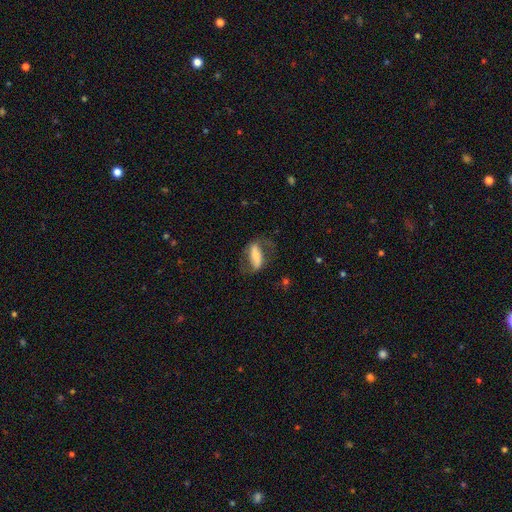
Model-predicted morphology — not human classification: Smooth or featured?
  - featured or disk: 58% *
  - smooth: 34%
  - star or artifact: 8%
Edge-on disk?
  - no: 88% *
  - yes: 12%
Bar?
  - strong: 61% *
  - weak: 22%
  - no: 17%
Spiral arms?
  - yes: 81% *
  - no: 19%
Bulge size?
  - small: 27% *
  - none: 23%
  - moderate: 22%
  - large: 21%
  - dominant: 8%
Merging?
  - none: 61% *
  - major disturbance: 19%
  - minor disturbance: 18%
  - merger: 2%